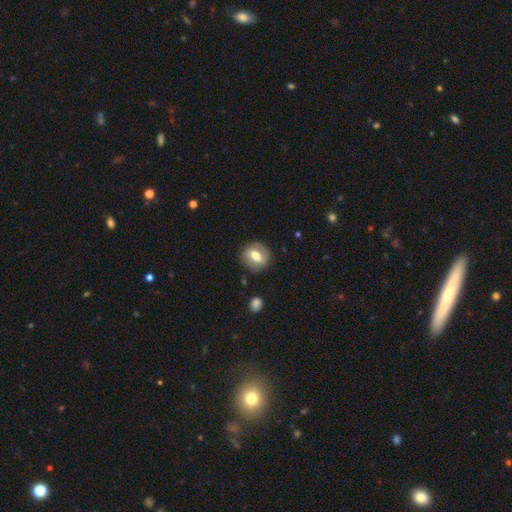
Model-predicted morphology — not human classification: A smooth galaxy with no disk features (51%) that is round (71%). Merging: none (81%).